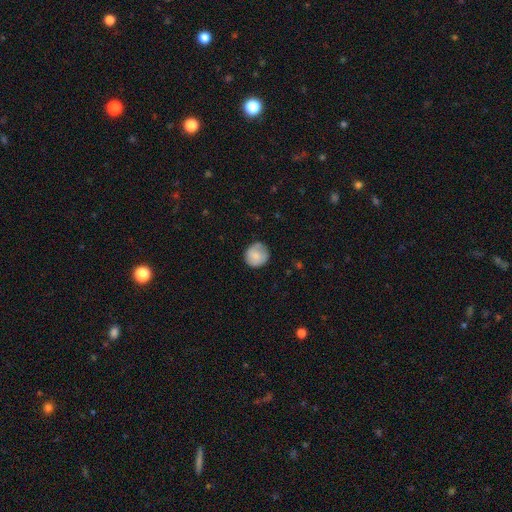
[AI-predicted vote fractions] This appears to be a smooth galaxy with no disk features (78%) that is round (90%). Merging: none (76%).